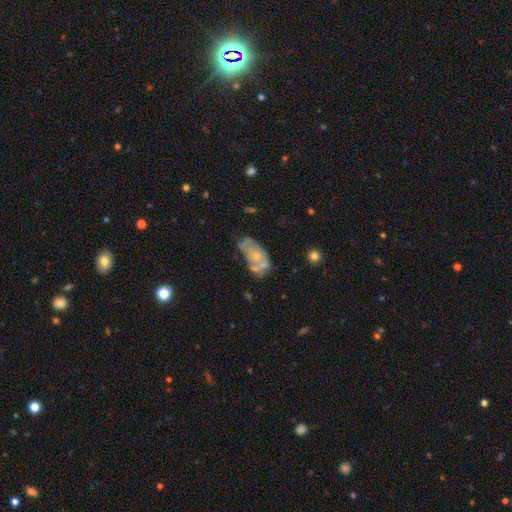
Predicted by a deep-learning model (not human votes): featured or disk 57%, smooth 33%, star or artifact 10%. Down the decision tree: edge-on disk — no (93%); bar — no (87%); spiral arms — no (62%); bulge size — small (59%); merging — none (40%).